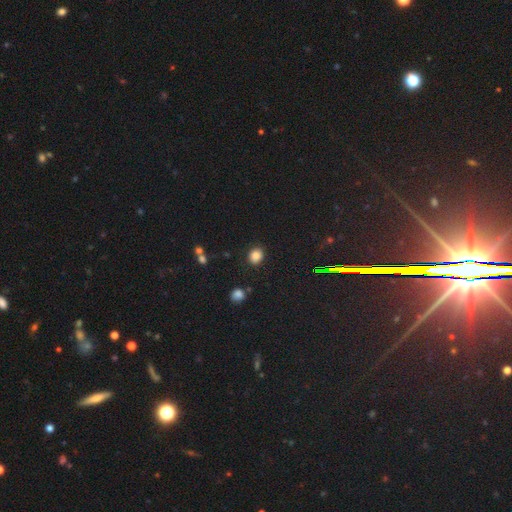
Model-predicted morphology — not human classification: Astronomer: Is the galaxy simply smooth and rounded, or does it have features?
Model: smooth — 83%.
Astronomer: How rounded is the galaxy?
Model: round — 57% (runner-up: in between, 42%).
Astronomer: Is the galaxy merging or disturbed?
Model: none — 85%.